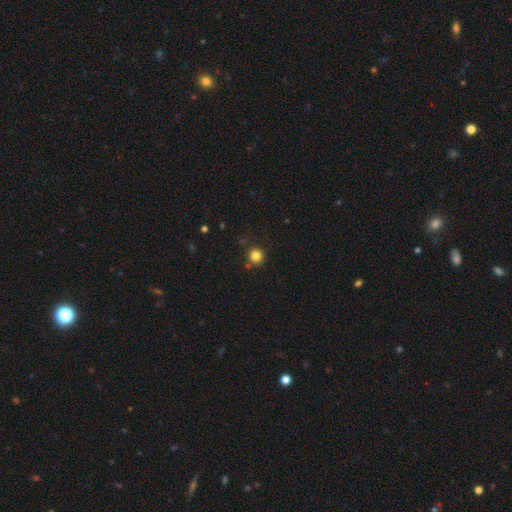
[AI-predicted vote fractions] smooth 82%, star or artifact 13%, featured or disk 5%. Down the decision tree: how rounded — round (94%); merging — none (83%).